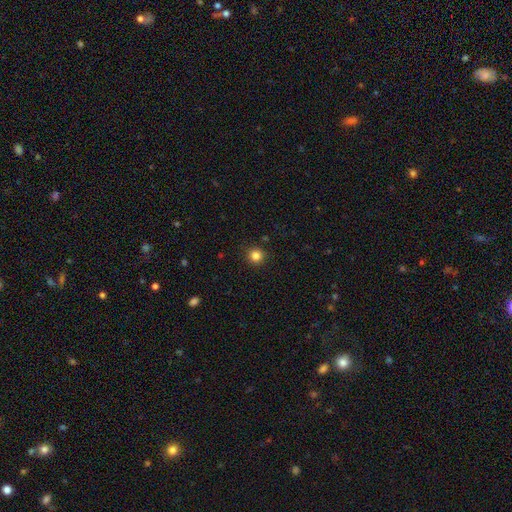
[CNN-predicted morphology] A smooth galaxy with no disk features (84%) that is round (94%).

Vote fractions:
- Smooth or featured? smooth: 84% / star or artifact: 12% / featured or disk: 4%
- How rounded? round: 94% / in between: 5% / cigar-shaped: 1%
- Merging? none: 91% / minor disturbance: 6% / major disturbance: 2% / merger: 1%